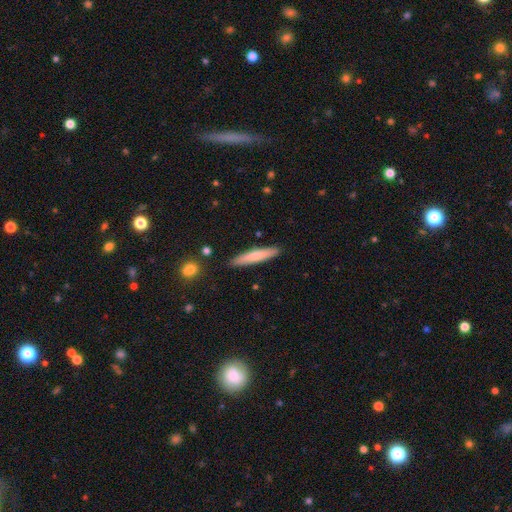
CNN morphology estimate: smooth 70%, featured or disk 24%, star or artifact 6%. Down the decision tree: how rounded — cigar-shaped (90%); merging — none (89%).